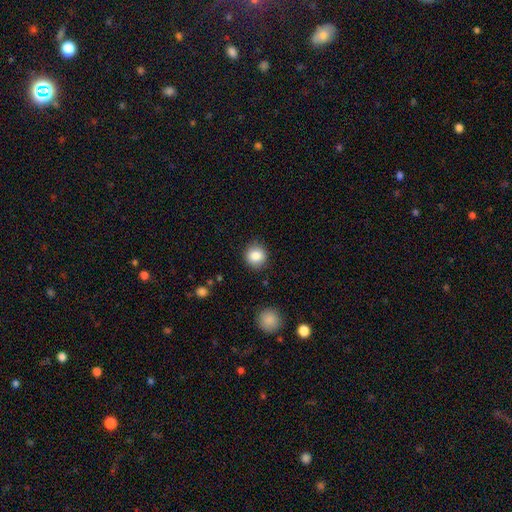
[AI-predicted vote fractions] A smooth galaxy with no disk features (86%) that is round (88%). Merging: none (87%).